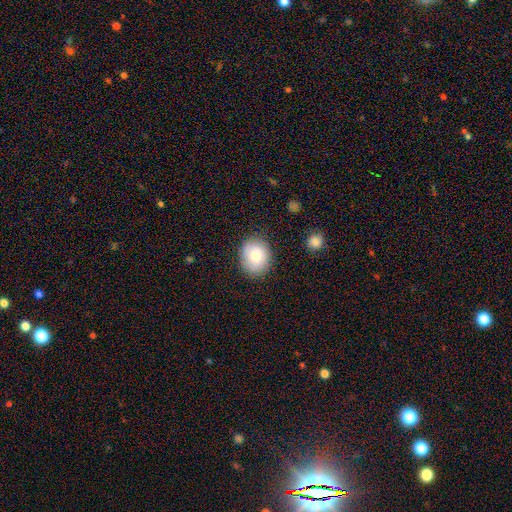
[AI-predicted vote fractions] smooth 76%, featured or disk 16%, star or artifact 9%. Down the decision tree: how rounded — round (63%); merging — none (83%).